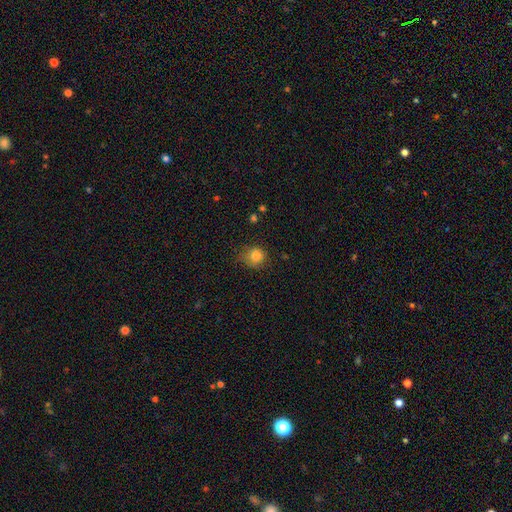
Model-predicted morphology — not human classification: type=smooth (81%); roundness=round (75%); merging=none (60%).